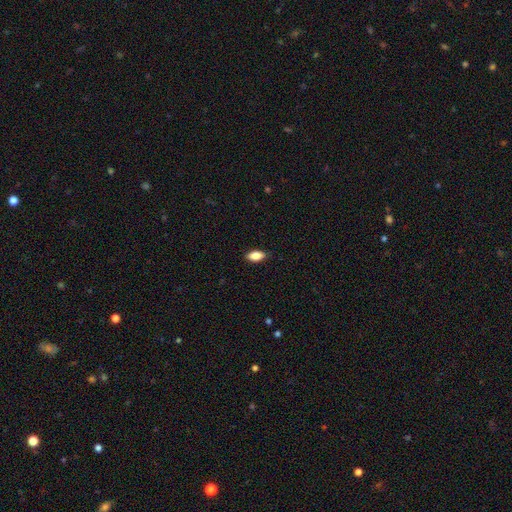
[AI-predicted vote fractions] This appears to be a smooth galaxy with no disk features (85%) that is in between round and cigar-shaped (89%). Merging: none (88%).